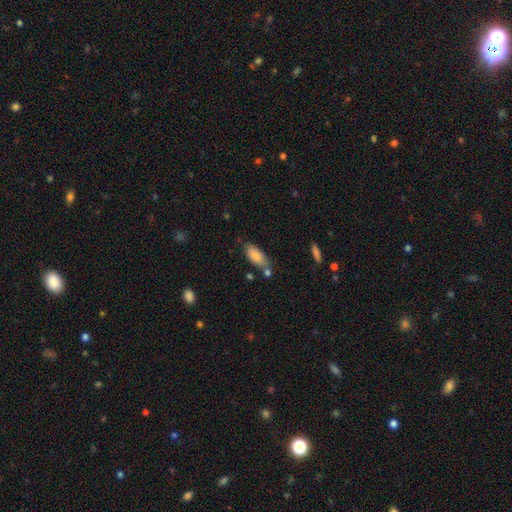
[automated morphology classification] smooth_or_featured: smooth (p=0.84) [alt: featured or disk p=0.09]
how_rounded: in between (p=0.83) [alt: cigar-shaped p=0.15]
merging: none (p=0.60) [alt: minor disturbance p=0.22]